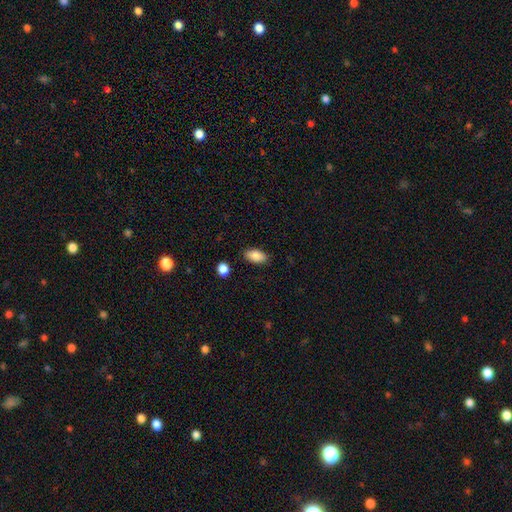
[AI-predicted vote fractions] Smooth or featured? smooth (84%)
How rounded? in between (91%)
Merging? none (86%)